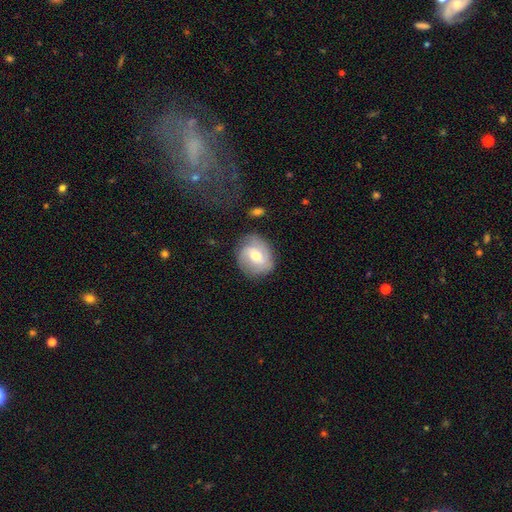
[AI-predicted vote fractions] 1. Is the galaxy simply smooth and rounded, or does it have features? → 57% featured or disk, 36% smooth, 7% star or artifact.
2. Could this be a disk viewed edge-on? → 96% no, 4% yes.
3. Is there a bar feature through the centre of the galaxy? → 52% weak, 31% no, 18% strong.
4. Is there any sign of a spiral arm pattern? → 80% yes, 20% no.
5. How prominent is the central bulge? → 68% moderate, 25% small, 5% large, 1% none, 1% dominant.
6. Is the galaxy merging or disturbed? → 73% none, 19% minor disturbance, 6% major disturbance, 2% merger.